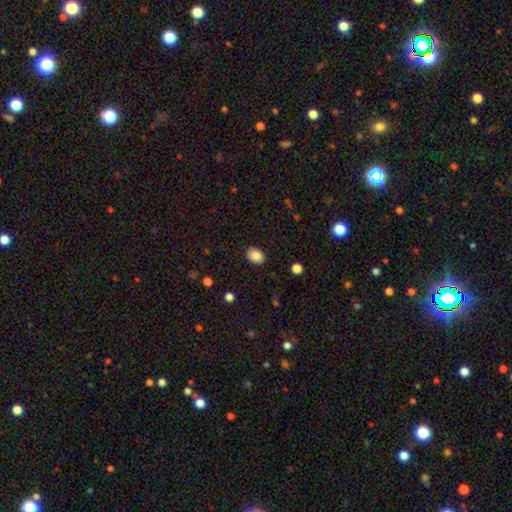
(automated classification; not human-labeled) smooth_or_featured: smooth (p=0.84) [alt: star or artifact p=0.08]
how_rounded: in between (p=0.67) [alt: round p=0.32]
merging: none (p=0.86) [alt: minor disturbance p=0.10]